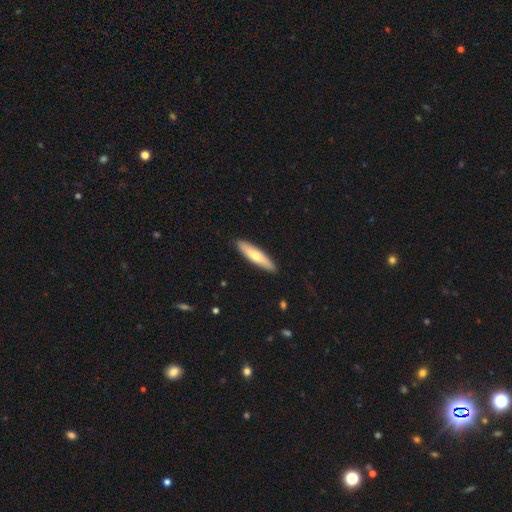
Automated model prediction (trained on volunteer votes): Overall: smooth (63%; featured or disk 32%). How rounded: cigar-shaped (80%). Merging: none (90%).